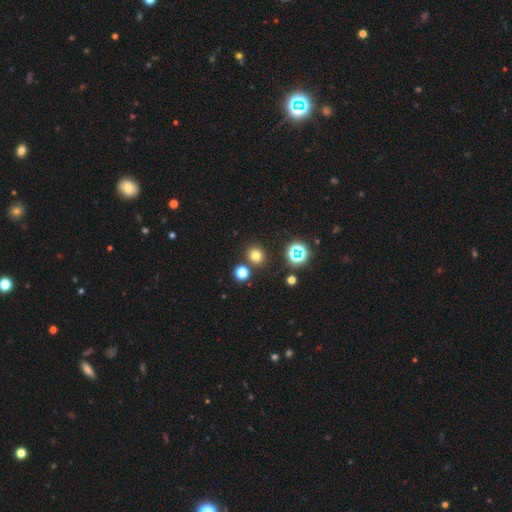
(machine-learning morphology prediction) Smooth or featured?
  - smooth: 72% *
  - star or artifact: 21%
  - featured or disk: 7%
How rounded?
  - round: 83% *
  - in between: 16%
  - cigar-shaped: 1%
Merging?
  - none: 84% *
  - minor disturbance: 7%
  - merger: 7%
  - major disturbance: 3%